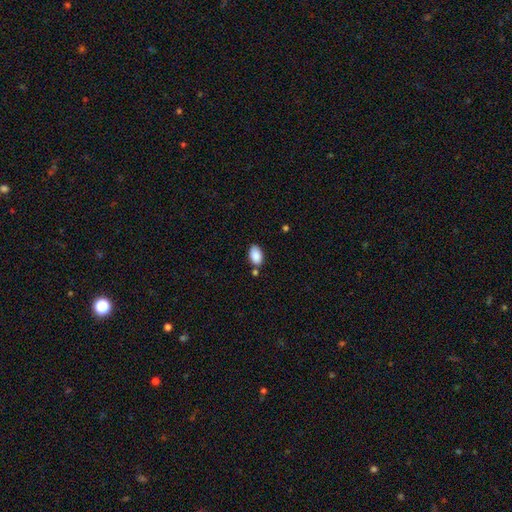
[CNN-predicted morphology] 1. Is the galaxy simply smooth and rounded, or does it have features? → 89% smooth, 7% star or artifact, 4% featured or disk.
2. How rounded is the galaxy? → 92% in between, 6% round, 1% cigar-shaped.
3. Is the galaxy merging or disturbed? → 74% none, 15% minor disturbance, 8% merger, 3% major disturbance.